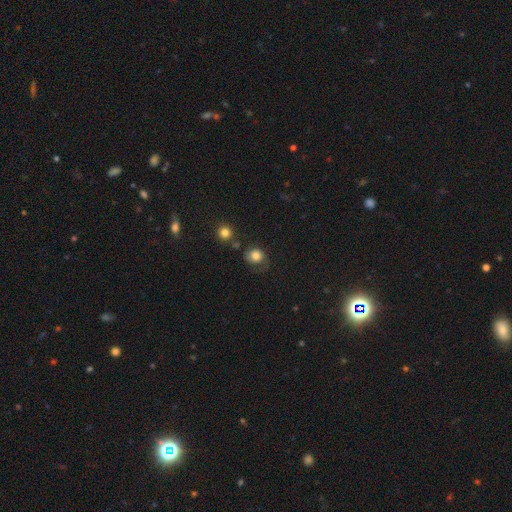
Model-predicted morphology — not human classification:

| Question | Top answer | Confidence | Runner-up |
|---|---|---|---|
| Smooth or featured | smooth | 77% | featured or disk (13%) |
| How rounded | round | 73% | in between (26%) |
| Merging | none | 51% | minor disturbance (25%) |